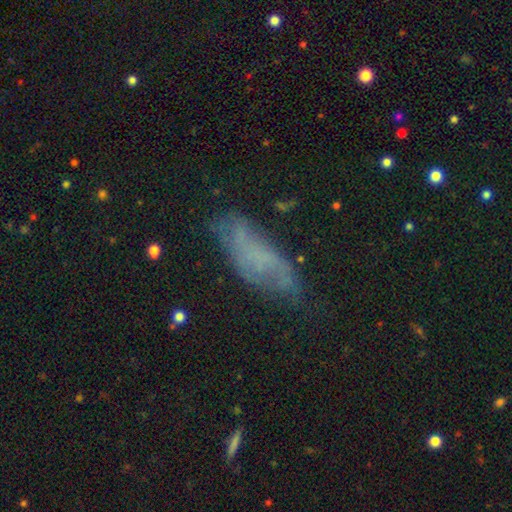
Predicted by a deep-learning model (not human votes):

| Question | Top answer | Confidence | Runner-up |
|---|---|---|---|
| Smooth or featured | smooth | 43% | featured or disk (38%) |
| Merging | none | 63% | minor disturbance (23%) |